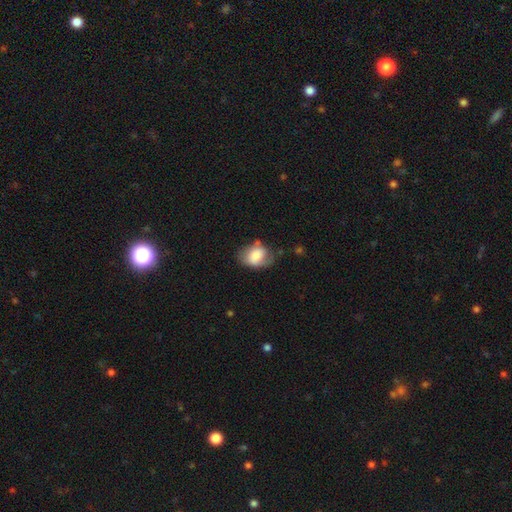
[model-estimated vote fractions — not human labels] Overall: smooth (72%). How rounded: in between (74%). Merging: none (44%; minor disturbance 35%).